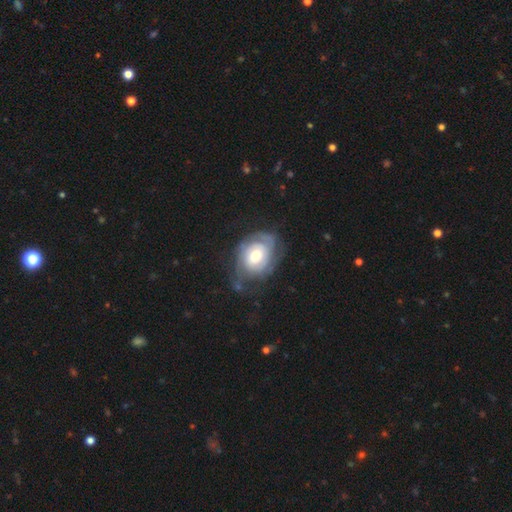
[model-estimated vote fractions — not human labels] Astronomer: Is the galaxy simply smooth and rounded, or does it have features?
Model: featured or disk — 74%.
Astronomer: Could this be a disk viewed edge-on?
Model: no — 97%.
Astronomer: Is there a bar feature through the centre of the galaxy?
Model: no — 68%.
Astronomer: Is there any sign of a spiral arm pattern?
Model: yes — 89%.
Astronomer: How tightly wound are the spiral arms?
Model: tight — 64%.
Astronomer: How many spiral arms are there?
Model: can't tell — 37% (runner-up: 2, 32%).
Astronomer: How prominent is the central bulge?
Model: moderate — 63%.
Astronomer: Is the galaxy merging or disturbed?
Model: none — 56%.